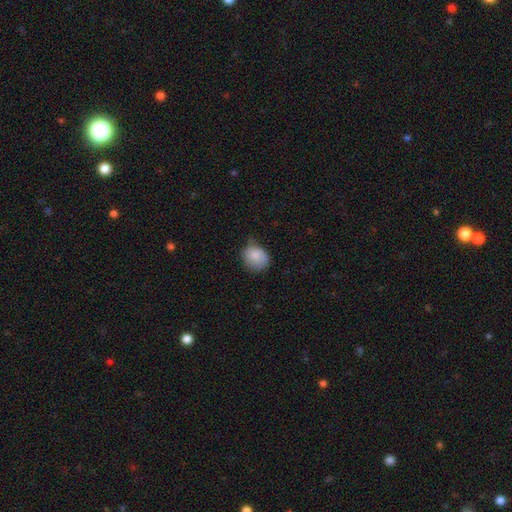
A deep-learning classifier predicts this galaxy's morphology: This is clearly a smooth galaxy (85%). How rounded: likely round (67%). Merging: likely none (61%).